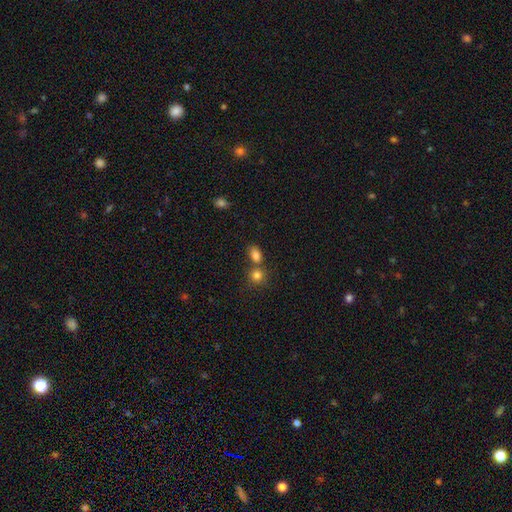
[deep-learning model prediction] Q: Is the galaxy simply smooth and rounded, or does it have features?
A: smooth — 81%.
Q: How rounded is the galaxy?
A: in between — 69%.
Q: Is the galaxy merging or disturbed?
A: none — 54%.